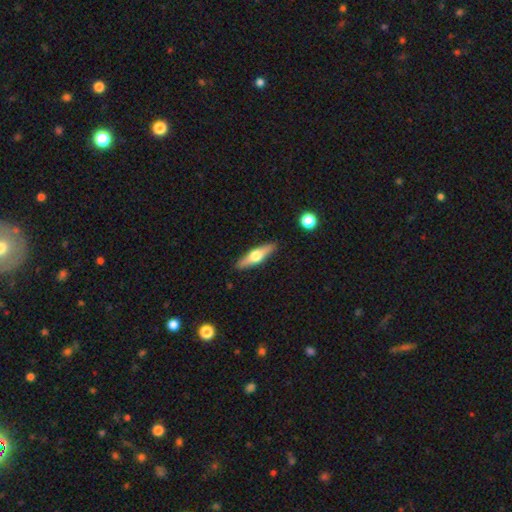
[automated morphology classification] type=featured or disk (56%); edge-on=yes (94%); edge-on bulge=rounded (95%); merging=none (90%).